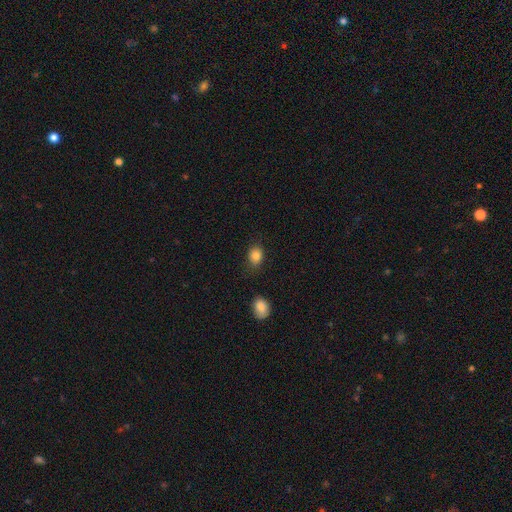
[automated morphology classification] smooth-or-featured: smooth: 84% | star or artifact: 10% | featured or disk: 5%
  how-rounded: in between: 53% | round: 46% | cigar-shaped: 1%
  merging: none: 74% | minor disturbance: 18% | major disturbance: 4% | merger: 3%